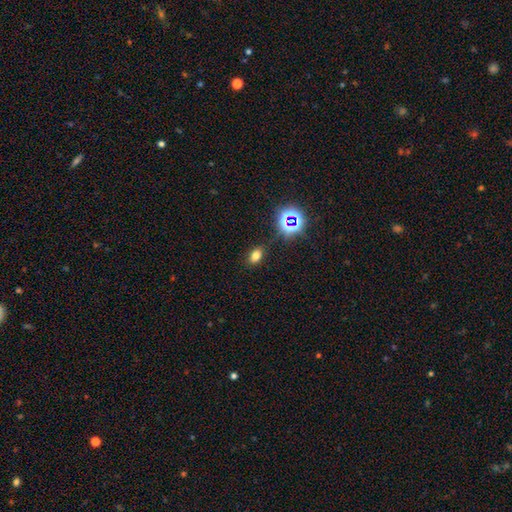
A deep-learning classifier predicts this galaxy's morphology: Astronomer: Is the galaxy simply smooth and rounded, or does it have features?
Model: smooth — 70%.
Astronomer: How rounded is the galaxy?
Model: in between — 81%.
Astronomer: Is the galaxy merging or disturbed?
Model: none — 84%.